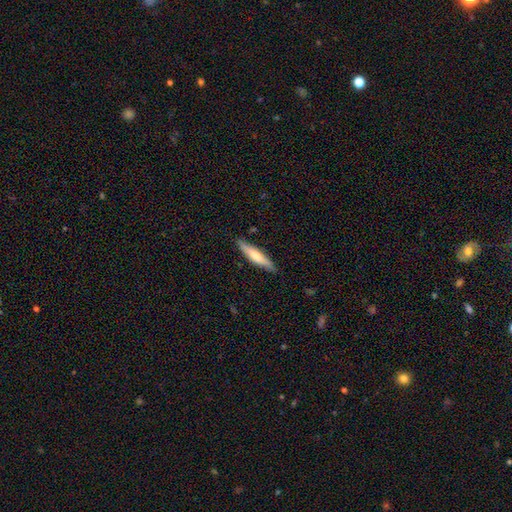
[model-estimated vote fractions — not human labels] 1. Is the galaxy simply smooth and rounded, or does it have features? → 60% smooth, 35% featured or disk, 5% star or artifact.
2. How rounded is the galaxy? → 85% cigar-shaped, 14% in between, 1% round.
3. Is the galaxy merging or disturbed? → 86% none, 11% minor disturbance, 2% major disturbance, 1% merger.